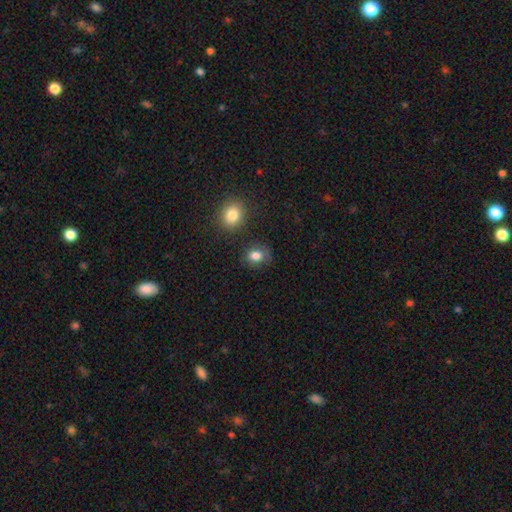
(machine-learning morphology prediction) smooth-or-featured: smooth: 82% | star or artifact: 10% | featured or disk: 7%
  how-rounded: round: 54% | in between: 45% | cigar-shaped: 1%
  merging: none: 74% | minor disturbance: 15% | merger: 6% | major disturbance: 5%